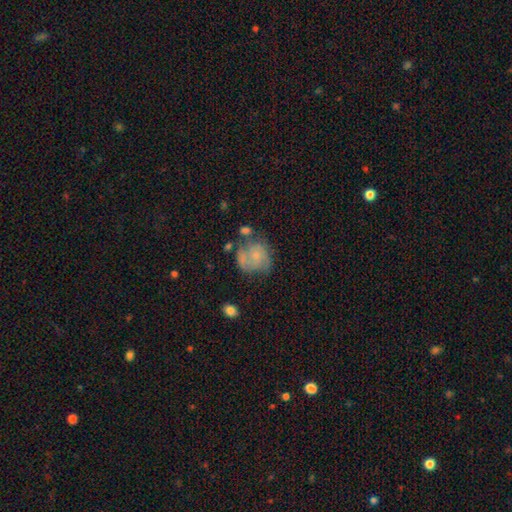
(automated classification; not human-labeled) smooth_or_featured: featured or disk (p=0.46) [alt: smooth p=0.45]
merging: none (p=0.44) [alt: minor disturbance p=0.26]